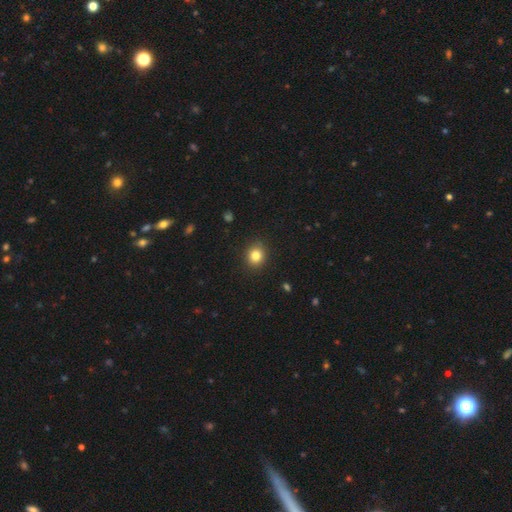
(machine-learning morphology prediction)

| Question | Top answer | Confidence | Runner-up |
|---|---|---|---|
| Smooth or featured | smooth | 83% | star or artifact (11%) |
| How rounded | round | 79% | in between (20%) |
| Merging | none | 90% | minor disturbance (7%) |